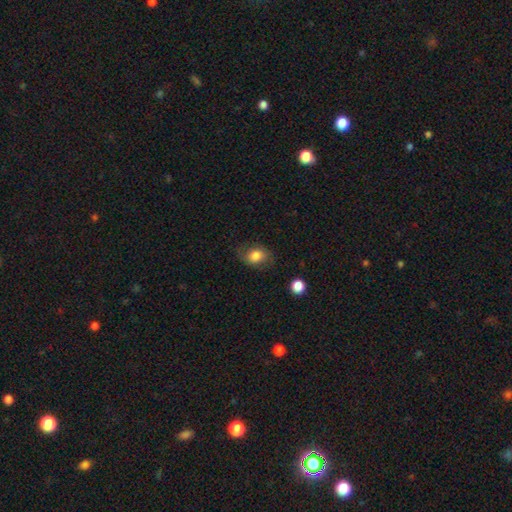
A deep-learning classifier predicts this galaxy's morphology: smooth_or_featured: smooth (p=0.75) [alt: featured or disk p=0.16]
how_rounded: in between (p=0.62) [alt: round p=0.36]
merging: none (p=0.66) [alt: minor disturbance p=0.22]